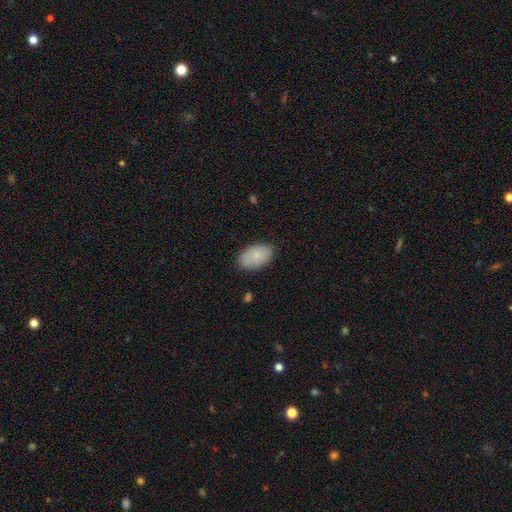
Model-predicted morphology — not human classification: This appears to be a smooth galaxy with no disk features (81%) that is in between round and cigar-shaped (92%). Merging: none (82%).